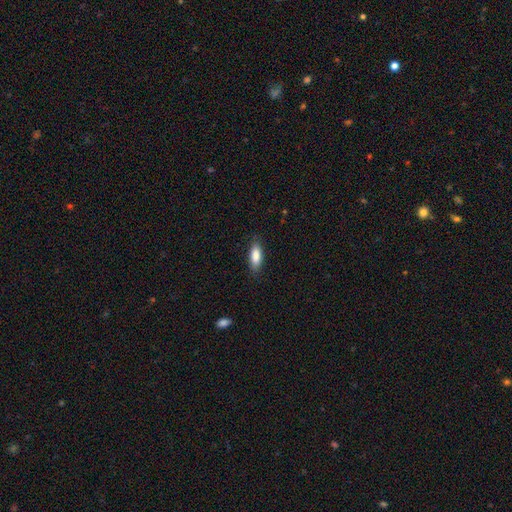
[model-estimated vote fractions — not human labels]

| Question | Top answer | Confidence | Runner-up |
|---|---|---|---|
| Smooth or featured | smooth | 86% | featured or disk (8%) |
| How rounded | in between | 71% | cigar-shaped (27%) |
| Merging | none | 84% | minor disturbance (12%) |